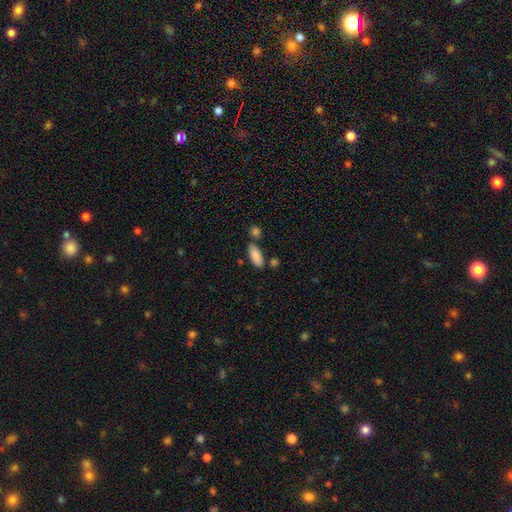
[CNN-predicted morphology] The model was most divided on "merging": none: 73%, minor disturbance: 13%, merger: 11%, major disturbance: 3%. More confident: smooth or featured — smooth (86%); how rounded — in between (81%).